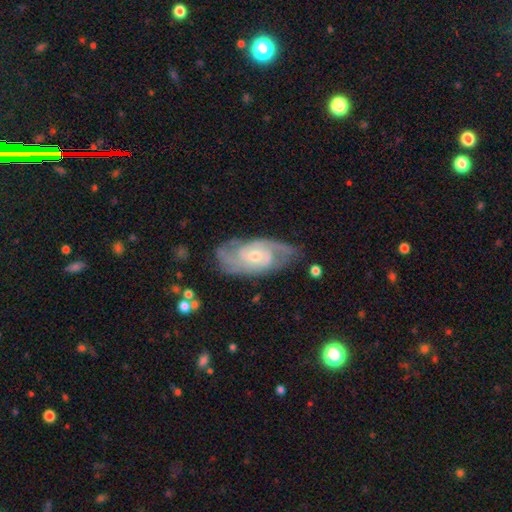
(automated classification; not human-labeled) Smooth or featured: featured or disk — 87% (smooth — 8%)
Edge-on disk: no — 95% (yes — 5%)
Bar: no — 60% (weak — 34%)
Spiral arms: yes — 97% (no — 3%)
Spiral winding: tight — 52% (medium — 40%)
Spiral arm count: 2 — 48% (3 — 22%)
Bulge size: moderate — 52% (small — 44%)
Merging: none — 73% (minor disturbance — 19%)